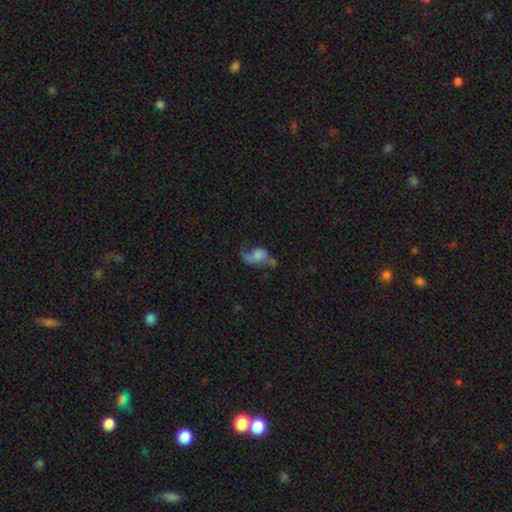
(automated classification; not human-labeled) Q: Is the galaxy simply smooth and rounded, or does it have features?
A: featured or disk — 53%.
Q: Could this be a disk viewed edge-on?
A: no — 96%.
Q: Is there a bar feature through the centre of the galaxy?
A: no — 72%.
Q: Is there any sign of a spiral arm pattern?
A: yes — 77%.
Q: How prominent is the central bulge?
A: none — 26%, tied with moderate.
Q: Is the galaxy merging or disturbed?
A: major disturbance — 36%.